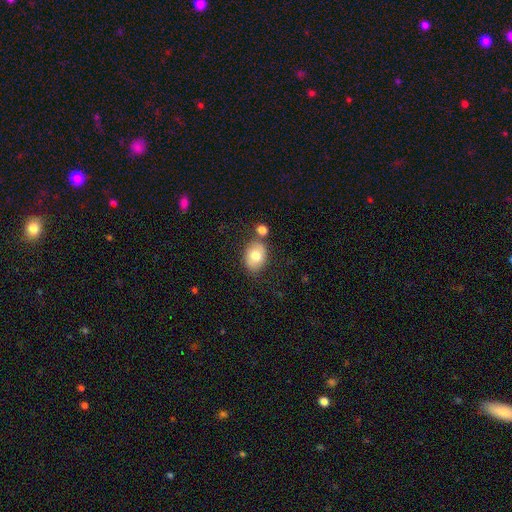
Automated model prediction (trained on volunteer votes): This appears to be a smooth galaxy with no disk features (76%) that is in between round and cigar-shaped (72%). Merging: none (71%).